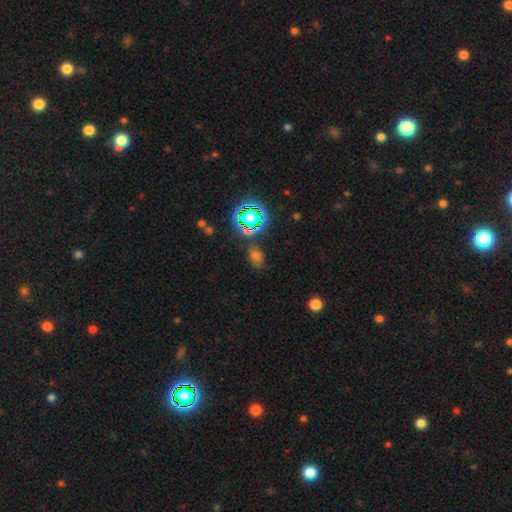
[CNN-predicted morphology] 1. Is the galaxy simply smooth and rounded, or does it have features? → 57% smooth, 33% star or artifact, 9% featured or disk.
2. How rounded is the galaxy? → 73% in between, 25% round, 2% cigar-shaped.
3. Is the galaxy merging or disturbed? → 71% none, 17% minor disturbance, 6% major disturbance, 6% merger.